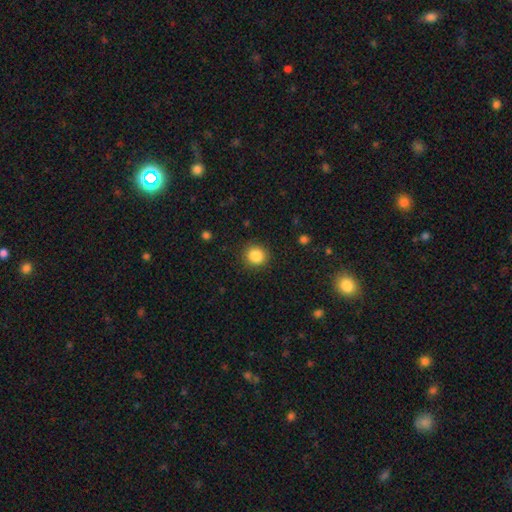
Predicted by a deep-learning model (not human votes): A smooth galaxy with no disk features (85%) that is round (90%). Merging: none (89%).